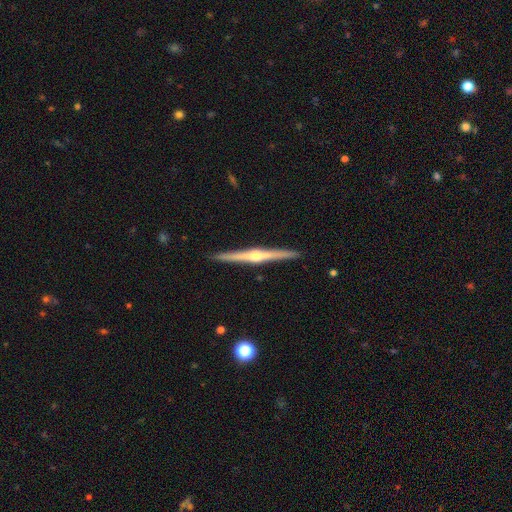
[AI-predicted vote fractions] Morphology: type=featured or disk (83%); edge-on=yes (99%); edge-on bulge=rounded (91%); merging=none (93%).